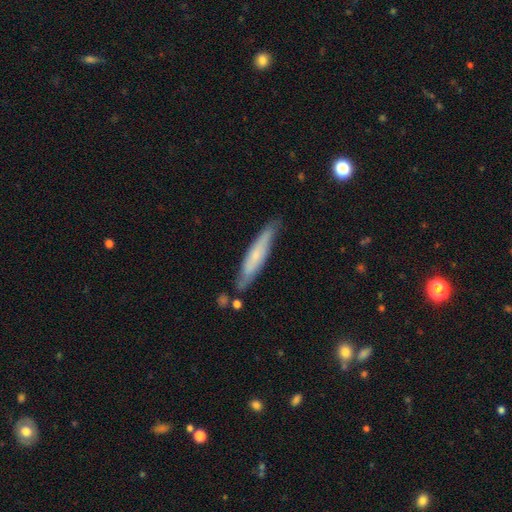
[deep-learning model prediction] smooth 53%, featured or disk 41%, star or artifact 6%. Down the decision tree: how rounded — cigar-shaped (89%); merging — none (74%).